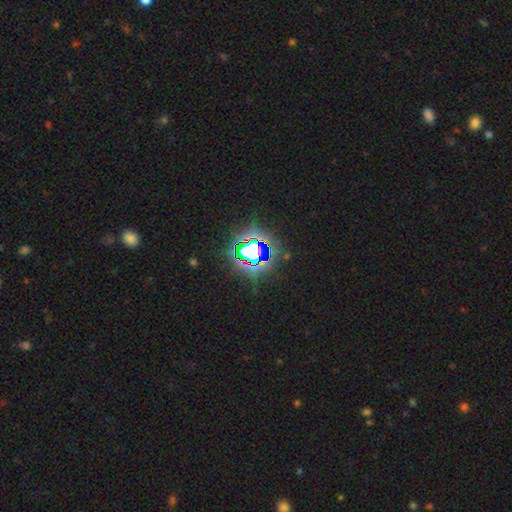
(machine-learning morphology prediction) smooth-or-featured: star or artifact: 75% | smooth: 14% | featured or disk: 11%